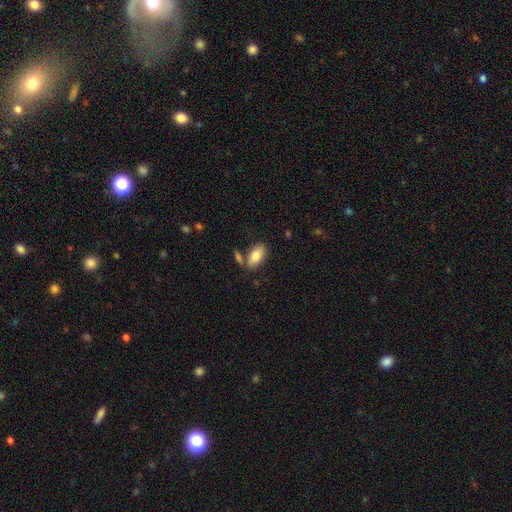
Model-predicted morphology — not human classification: smooth-or-featured: smooth: 81% | featured or disk: 12% | star or artifact: 7%
  how-rounded: in between: 92% | cigar-shaped: 4% | round: 4%
  merging: none: 70% | minor disturbance: 13% | merger: 13% | major disturbance: 3%